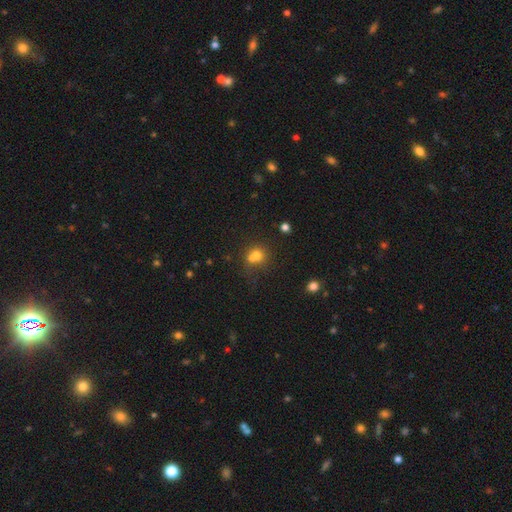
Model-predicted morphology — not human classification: Overall: smooth (70%). How rounded: round (74%). Merging: merger (50%; none 35%).